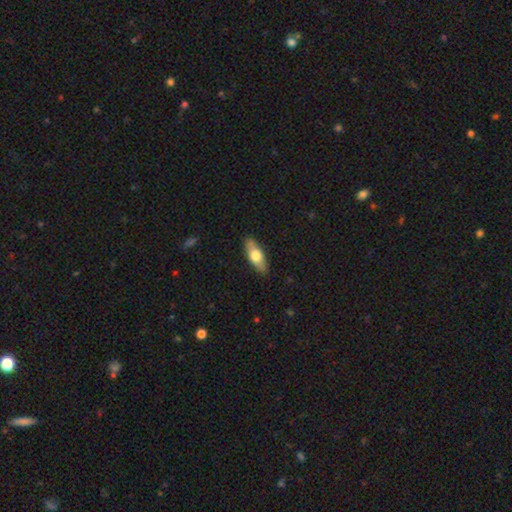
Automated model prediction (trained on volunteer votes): Smooth or featured? Predicted: smooth (p=0.60). How rounded? Predicted: in between (p=0.66). Merging? Predicted: none (p=0.87).